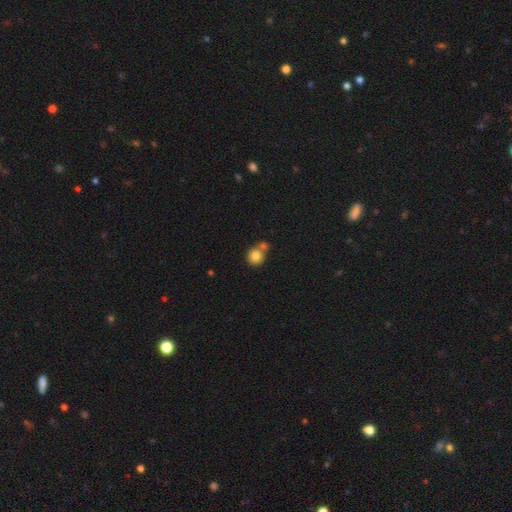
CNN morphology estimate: Smooth or featured: smooth — 81% (featured or disk — 10%)
How rounded: round — 86% (in between — 13%)
Merging: none — 51% (merger — 37%)